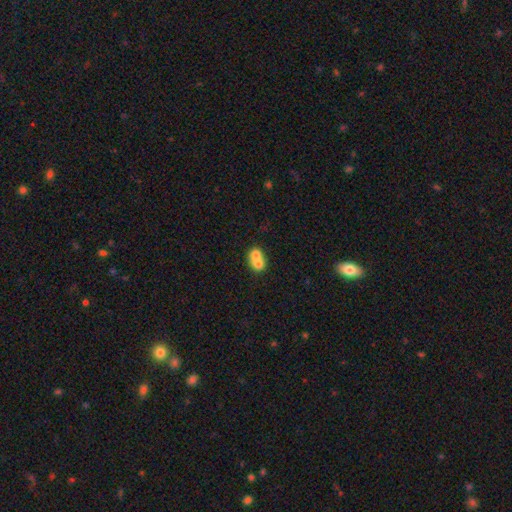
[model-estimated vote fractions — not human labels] Overall: smooth (69%). How rounded: in between (50%; round 48%). Merging: merger (71%).